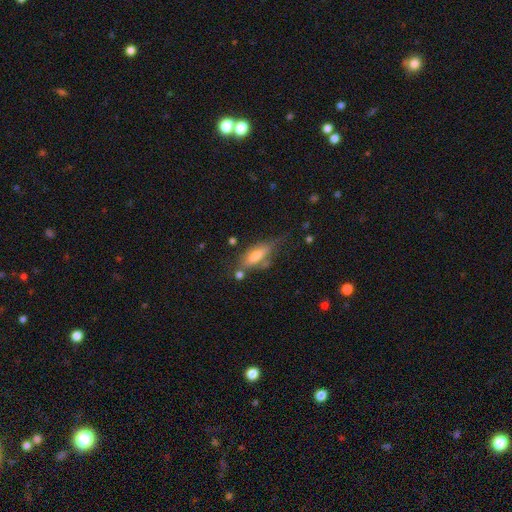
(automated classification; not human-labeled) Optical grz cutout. It shows a smooth galaxy with no disk features (58%) that is in between round and cigar-shaped (57%). Merging: none (56%).